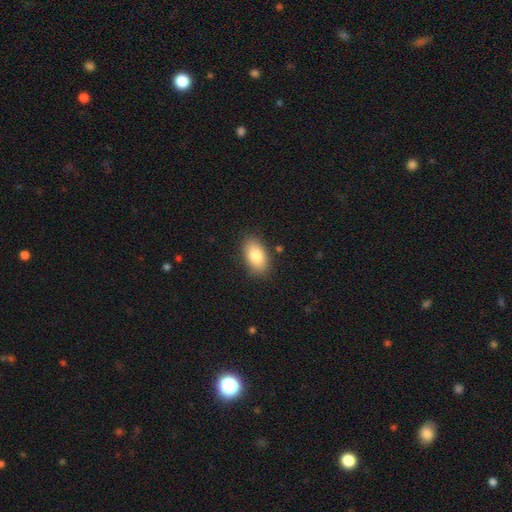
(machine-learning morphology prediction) smooth 82%, featured or disk 11%, star or artifact 7%. Down the decision tree: how rounded — in between (93%); merging — none (86%).